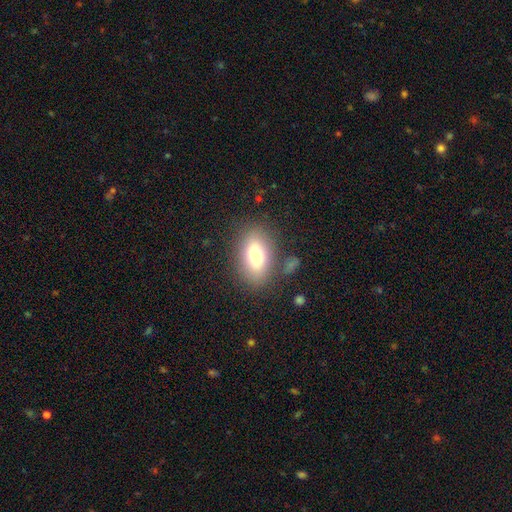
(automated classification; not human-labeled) This appears to be a smooth galaxy with no disk features (78%) that is in between round and cigar-shaped (88%). Merging: none (77%).